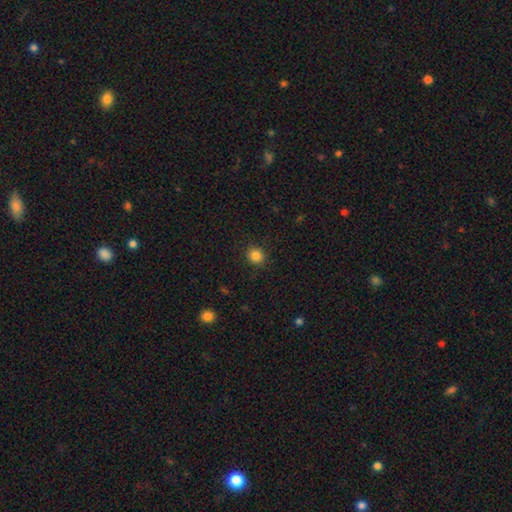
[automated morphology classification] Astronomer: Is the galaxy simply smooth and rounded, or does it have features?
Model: smooth — 84%.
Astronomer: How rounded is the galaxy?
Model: round — 87%.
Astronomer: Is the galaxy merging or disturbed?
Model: none — 89%.